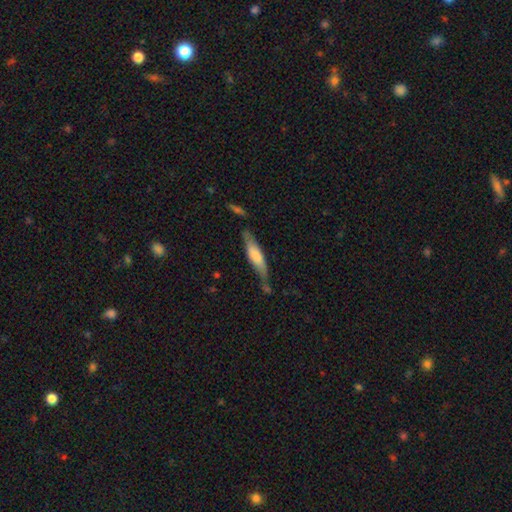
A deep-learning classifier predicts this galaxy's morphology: Q: Smooth or featured?
A: smooth (66%); runner-up: featured or disk (29%)
Q: How rounded?
A: cigar-shaped (72%); runner-up: in between (26%)
Q: Merging?
A: none (53%); runner-up: minor disturbance (29%)